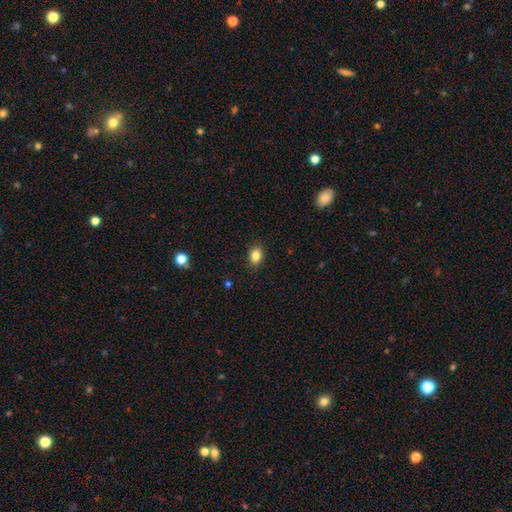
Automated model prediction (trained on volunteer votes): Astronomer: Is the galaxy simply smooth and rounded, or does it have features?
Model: smooth — 84%.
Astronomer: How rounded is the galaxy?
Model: in between — 65%.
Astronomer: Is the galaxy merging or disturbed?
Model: none — 88%.